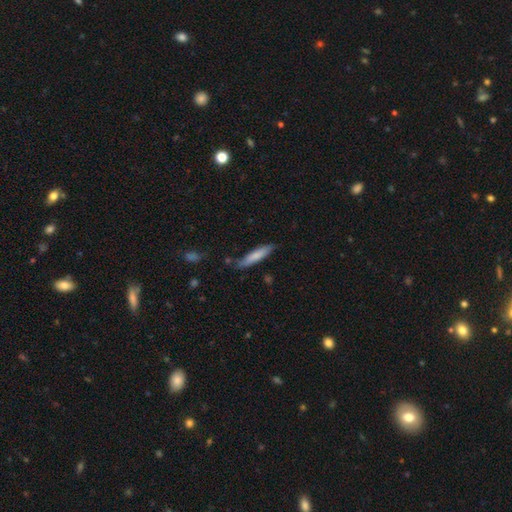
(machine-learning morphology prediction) Smooth or featured: smooth — 76% (featured or disk — 19%)
How rounded: cigar-shaped — 84% (in between — 15%)
Merging: none — 75% (minor disturbance — 19%)